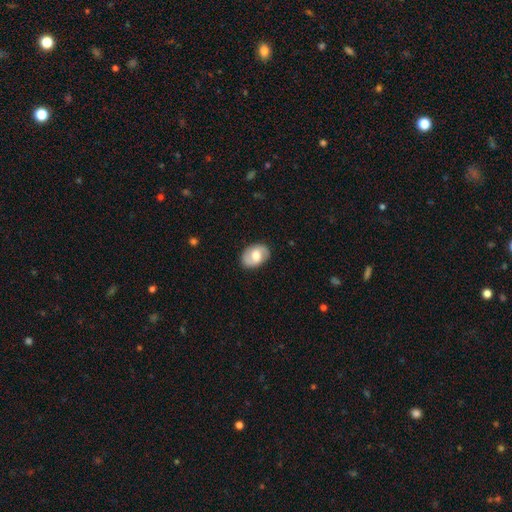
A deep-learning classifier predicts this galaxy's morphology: The model was most divided on "bar": no: 44%, weak: 42%, strong: 13%. More confident: edge-on disk — no (96%); merging — none (85%); spiral arms — yes (77%); bulge size — moderate (60%); smooth or featured — featured or disk (53%).